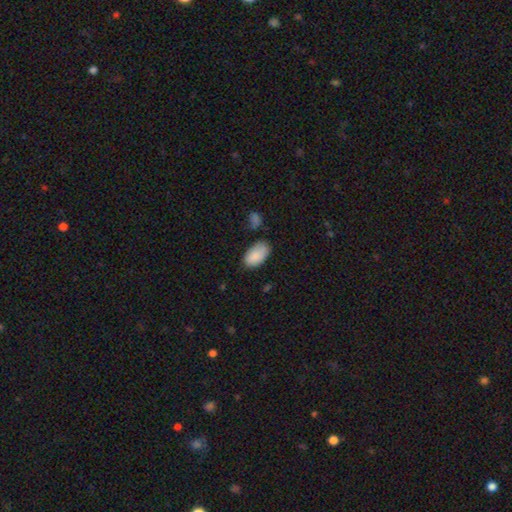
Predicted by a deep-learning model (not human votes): Smooth or featured? Predicted: smooth (p=0.87). How rounded? Predicted: in between (p=0.94). Merging? Predicted: none (p=0.64).